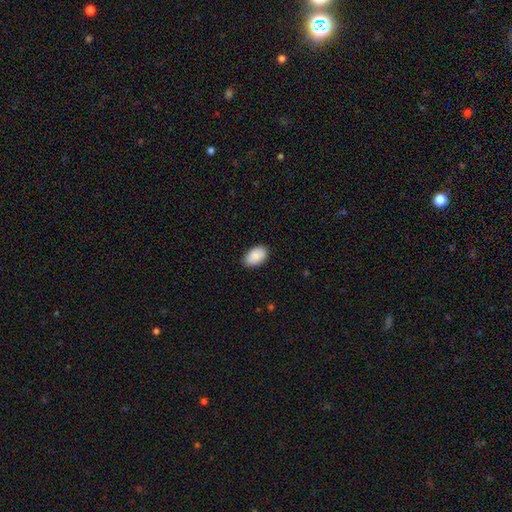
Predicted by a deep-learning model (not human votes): Overall: smooth (90%). How rounded: in between (93%). Merging: none (84%).